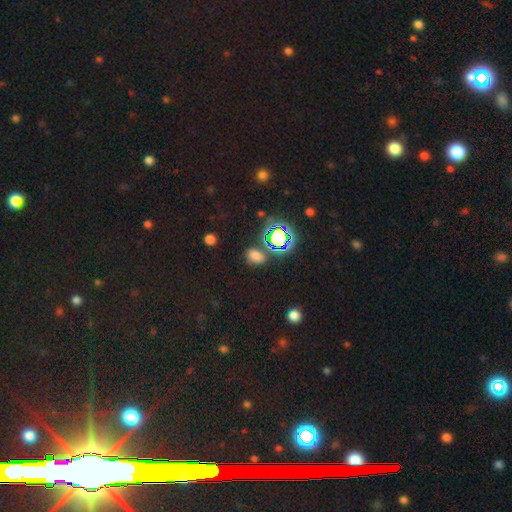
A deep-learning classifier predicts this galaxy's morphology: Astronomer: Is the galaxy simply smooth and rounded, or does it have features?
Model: smooth — 64%.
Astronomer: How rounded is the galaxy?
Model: in between — 67%.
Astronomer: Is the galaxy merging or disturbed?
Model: none — 77%.